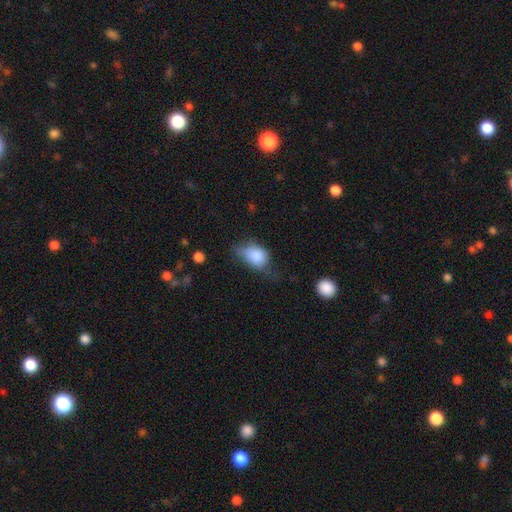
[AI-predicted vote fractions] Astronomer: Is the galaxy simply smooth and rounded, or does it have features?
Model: smooth — 78%.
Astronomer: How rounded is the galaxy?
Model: in between — 76%.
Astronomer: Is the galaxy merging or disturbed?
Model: minor disturbance — 40% (runner-up: none, 30%).